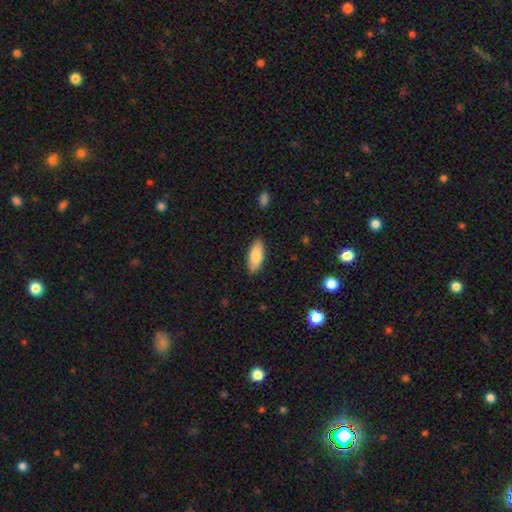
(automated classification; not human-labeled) Morphology: type=smooth (83%); roundness=in between (80%); merging=none (88%).